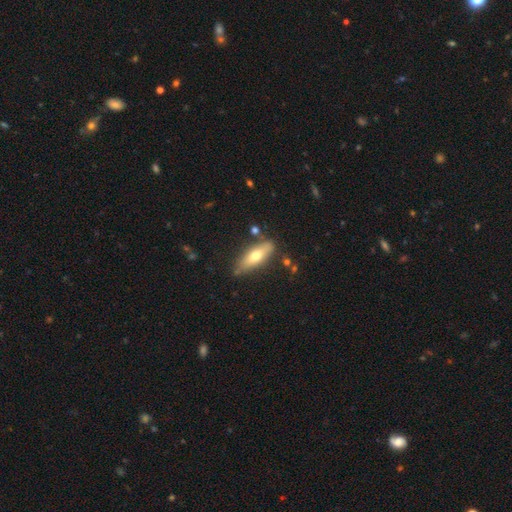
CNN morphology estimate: The model was most divided on "how rounded": in between: 56%, cigar-shaped: 41%, round: 3%. More confident: merging — none (78%); smooth or featured — smooth (58%).